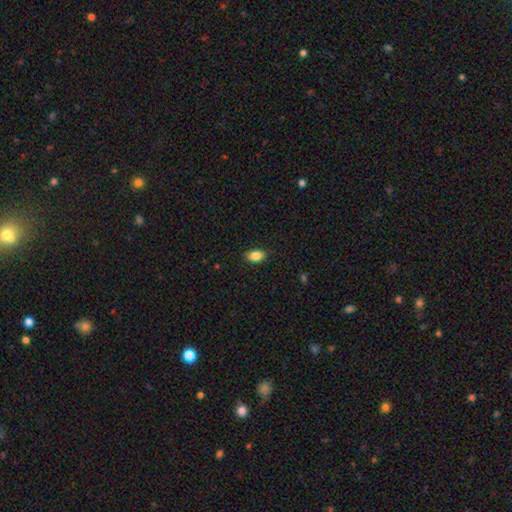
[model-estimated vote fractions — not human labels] Smooth or featured: smooth — 86% (star or artifact — 9%)
How rounded: in between — 84% (round — 15%)
Merging: none — 87% (minor disturbance — 10%)